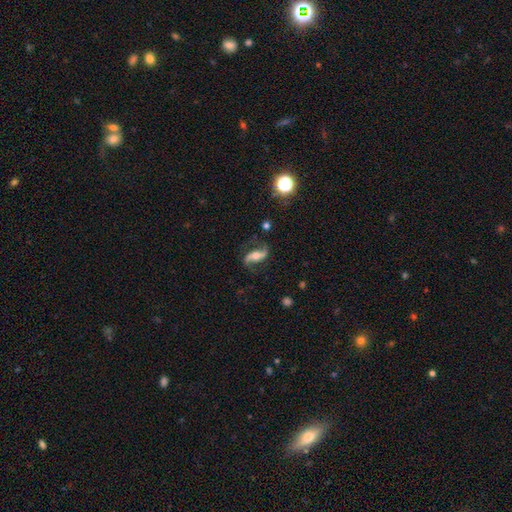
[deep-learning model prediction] Smooth or featured: featured or disk — 82% (smooth — 11%)
Edge-on disk: no — 93% (yes — 7%)
Bar: no — 36% (strong — 35%)
Spiral arms: yes — 95% (no — 5%)
Spiral winding: loose — 71% (medium — 22%)
Spiral arm count: 2 — 93% (1 — 2%)
Bulge size: moderate — 59% (small — 23%)
Merging: none — 77% (minor disturbance — 14%)